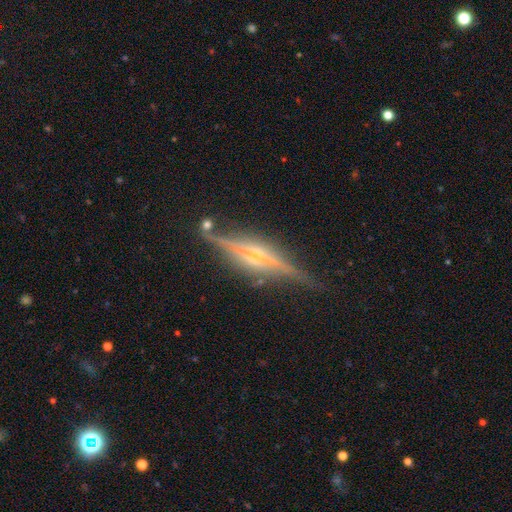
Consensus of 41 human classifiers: This is clearly a featured or disk galaxy (95%). It is clearly viewed edge-on (95%). Edge-on bulge: clearly rounded (86%). Merging: clearly none (80%).